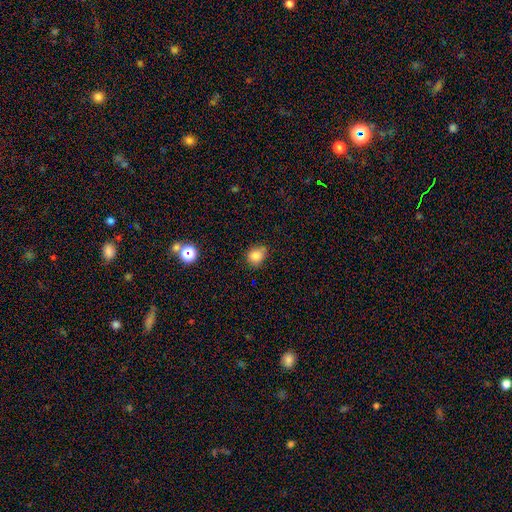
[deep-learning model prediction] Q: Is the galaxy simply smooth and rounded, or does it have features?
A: smooth — 83%.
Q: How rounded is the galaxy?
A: round — 67%.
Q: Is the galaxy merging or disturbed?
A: none — 64%.